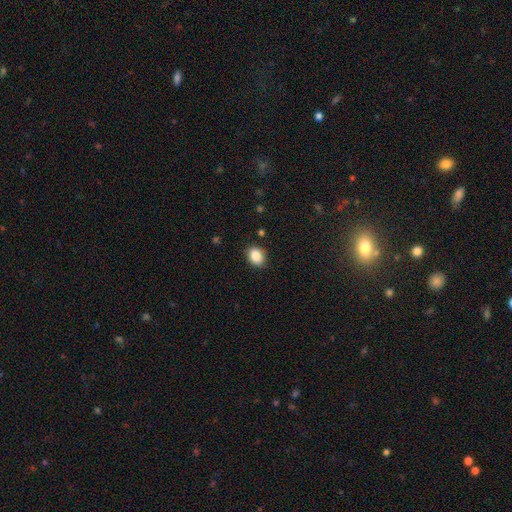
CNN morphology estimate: Smooth or featured? Predicted: smooth (p=0.86). How rounded? Predicted: in between (p=0.56). Merging? Predicted: none (p=0.86).